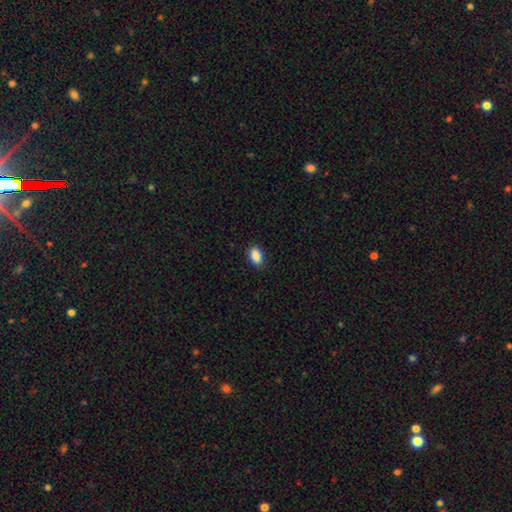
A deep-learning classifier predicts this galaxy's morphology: type=smooth (89%); roundness=in between (90%); merging=none (87%).